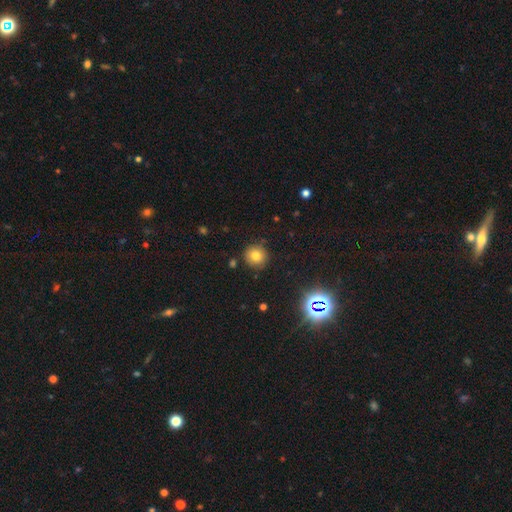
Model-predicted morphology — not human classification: The model was most divided on "smooth or featured": smooth: 76%, star or artifact: 15%, featured or disk: 9%. More confident: how rounded — round (93%); merging — none (87%).